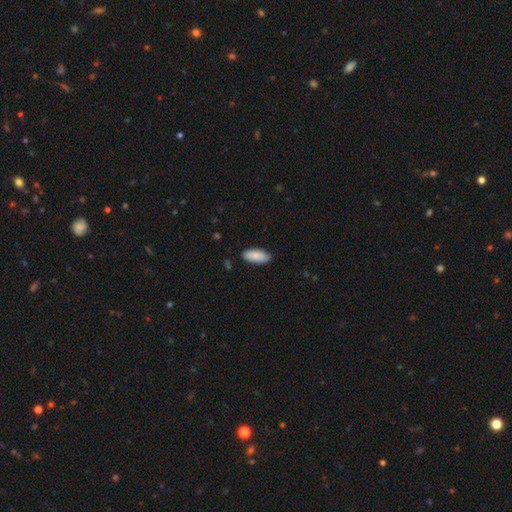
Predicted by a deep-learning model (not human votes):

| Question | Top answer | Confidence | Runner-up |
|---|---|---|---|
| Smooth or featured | smooth | 87% | featured or disk (7%) |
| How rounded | in between | 84% | cigar-shaped (14%) |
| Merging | none | 86% | minor disturbance (11%) |